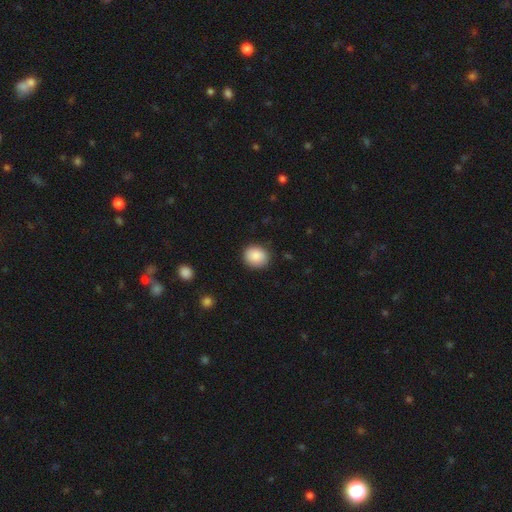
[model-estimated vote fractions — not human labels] A smooth galaxy with no disk features (89%) that is round (70%).

Vote fractions:
- Smooth or featured? smooth: 89% / star or artifact: 8% / featured or disk: 4%
- How rounded? round: 70% / in between: 29% / cigar-shaped: 1%
- Merging? none: 87% / minor disturbance: 9% / major disturbance: 2% / merger: 1%